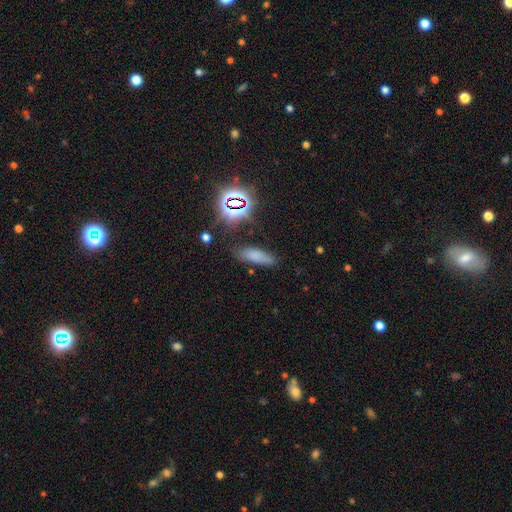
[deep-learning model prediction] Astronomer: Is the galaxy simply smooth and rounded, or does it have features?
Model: smooth — 68%.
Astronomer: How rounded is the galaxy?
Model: in between — 57% (runner-up: cigar-shaped, 39%).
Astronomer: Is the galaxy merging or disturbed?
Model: none — 73%.